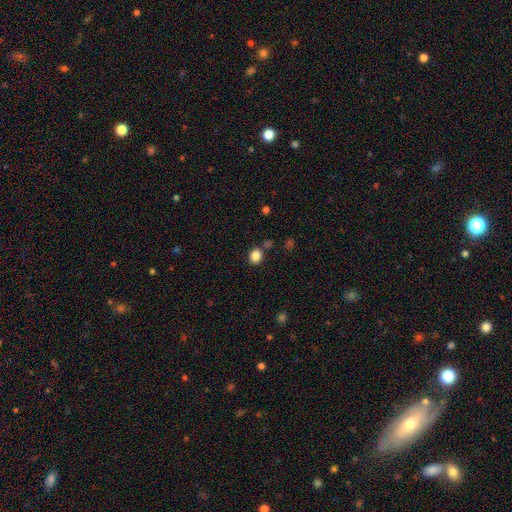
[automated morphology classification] Q: Smooth or featured?
A: smooth (85%); runner-up: star or artifact (11%)
Q: How rounded?
A: round (72%); runner-up: in between (28%)
Q: Merging?
A: none (80%); runner-up: minor disturbance (10%)